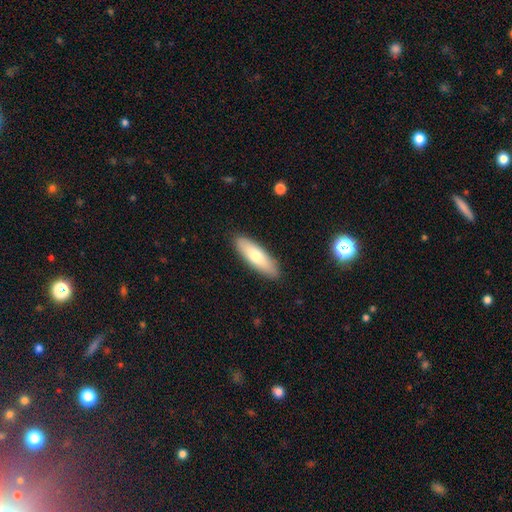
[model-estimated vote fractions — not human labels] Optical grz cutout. It shows a smooth galaxy with no disk features (70%) that is cigar-shaped (52%). Merging: none (89%).